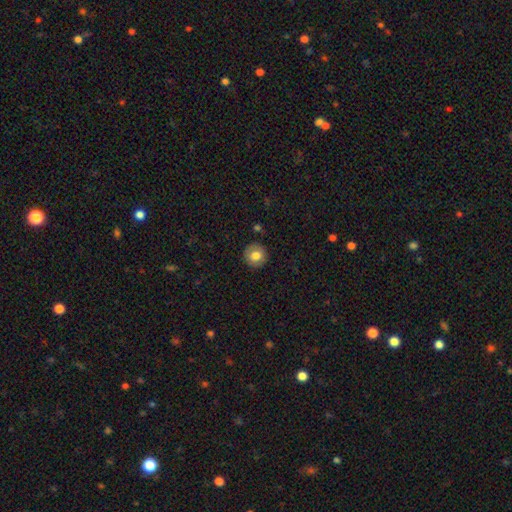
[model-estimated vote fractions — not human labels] Q: Smooth or featured?
A: smooth (77%); runner-up: featured or disk (14%)
Q: How rounded?
A: round (94%); runner-up: in between (5%)
Q: Merging?
A: none (89%); runner-up: minor disturbance (8%)